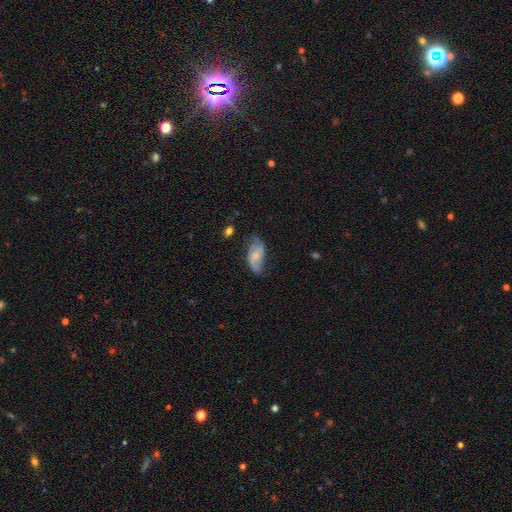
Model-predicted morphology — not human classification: Smooth or featured: featured or disk — 65% (smooth — 29%)
Edge-on disk: no — 95% (yes — 5%)
Bar: no — 63% (weak — 31%)
Spiral arms: yes — 88% (no — 12%)
Spiral winding: loose — 42% (medium — 40%)
Spiral arm count: 2 — 79% (can't tell — 12%)
Bulge size: small — 54% (moderate — 38%)
Merging: none — 57% (minor disturbance — 28%)